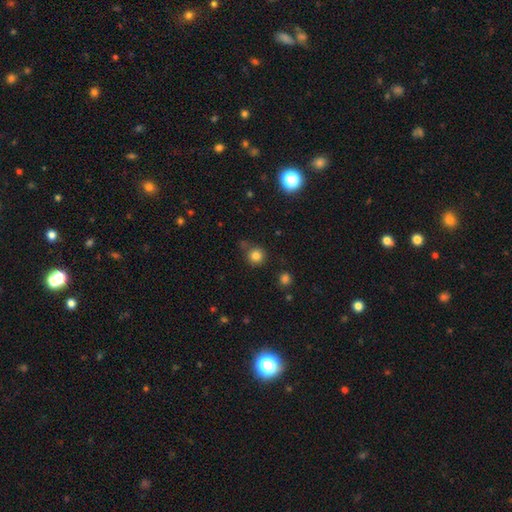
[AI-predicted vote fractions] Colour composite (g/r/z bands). It shows a smooth galaxy with no disk features (81%) that is round (93%). Merging: none (75%).